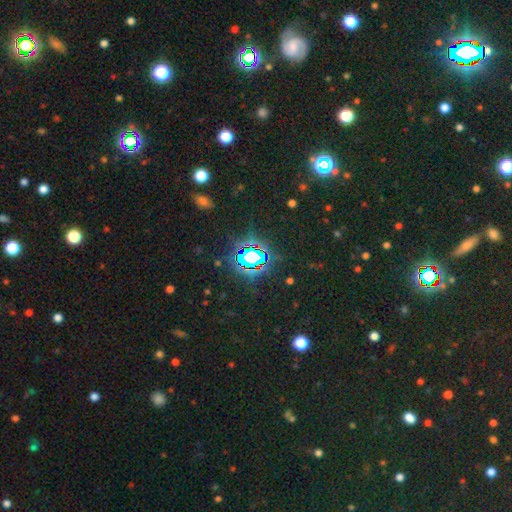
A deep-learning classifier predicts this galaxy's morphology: This appears to be a star or artifact, not a galaxy (76%).